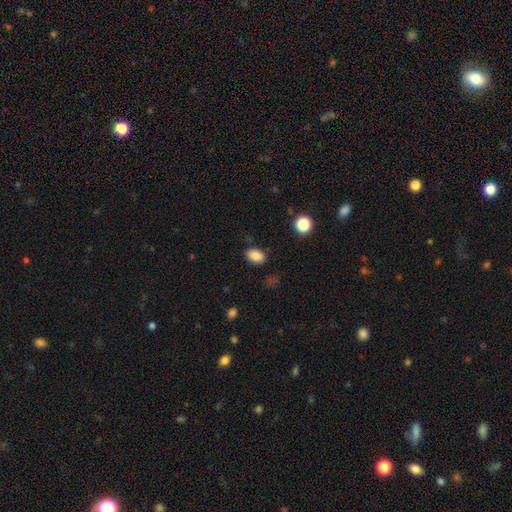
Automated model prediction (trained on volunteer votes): Morphology: type=smooth (86%); roundness=in between (84%); merging=none (84%).